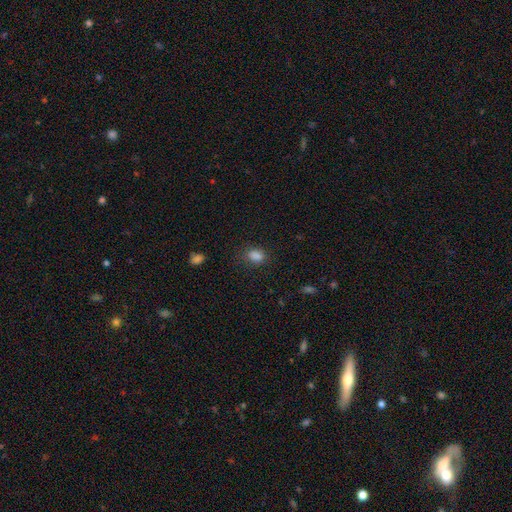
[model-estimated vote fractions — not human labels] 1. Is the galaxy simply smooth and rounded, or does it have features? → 83% smooth, 12% star or artifact, 5% featured or disk.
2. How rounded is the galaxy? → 74% in between, 24% round, 2% cigar-shaped.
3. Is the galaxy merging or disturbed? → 72% none, 19% minor disturbance, 6% major disturbance, 4% merger.